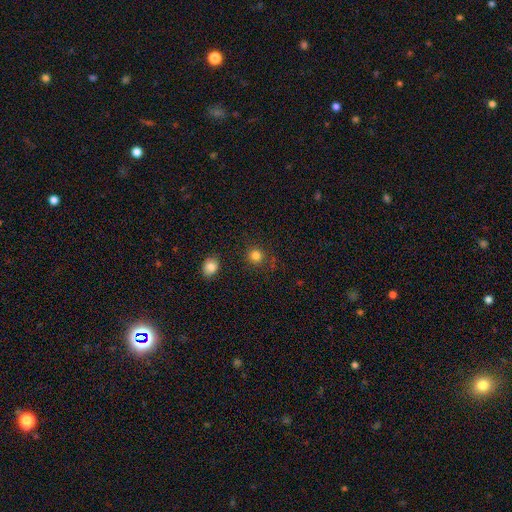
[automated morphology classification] A smooth galaxy with no disk features (82%) that is round (91%).

Vote fractions:
- Smooth or featured? smooth: 82% / star or artifact: 13% / featured or disk: 4%
- How rounded? round: 91% / in between: 8% / cigar-shaped: 1%
- Merging? none: 84% / minor disturbance: 9% / major disturbance: 4% / merger: 3%